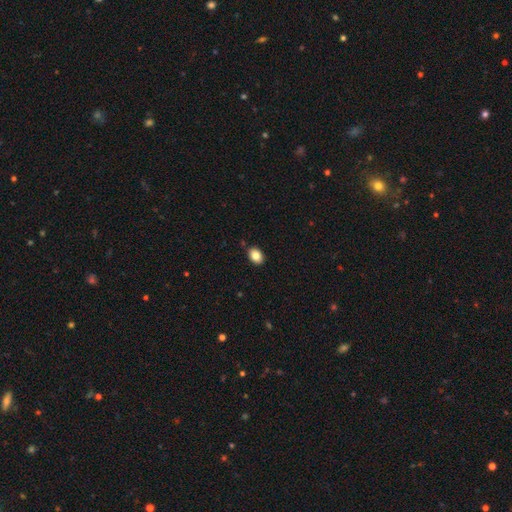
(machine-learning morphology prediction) Smooth or featured: smooth — 85% (star or artifact — 9%)
How rounded: in between — 74% (round — 25%)
Merging: none — 88% (minor disturbance — 9%)